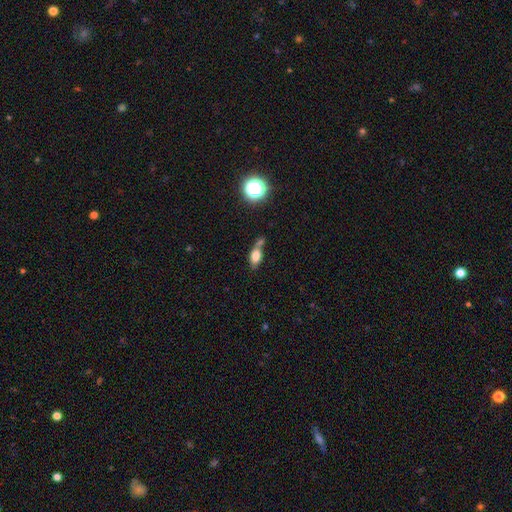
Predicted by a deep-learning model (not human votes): Smooth or featured? smooth (74%)
How rounded? in between (81%)
Merging? none (42%)